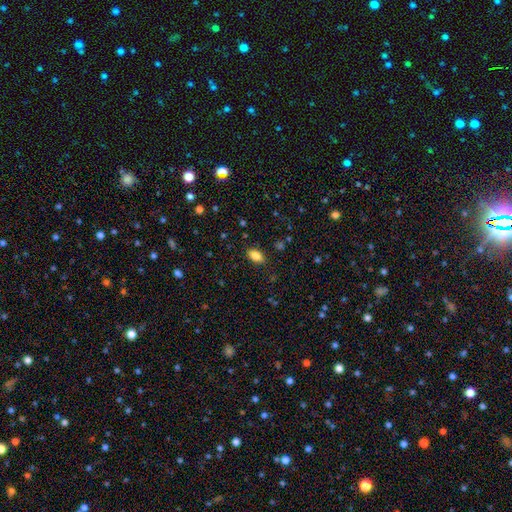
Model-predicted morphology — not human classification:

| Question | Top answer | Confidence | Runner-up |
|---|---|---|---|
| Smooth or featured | smooth | 85% | star or artifact (9%) |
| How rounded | in between | 91% | round (5%) |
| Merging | none | 86% | minor disturbance (10%) |